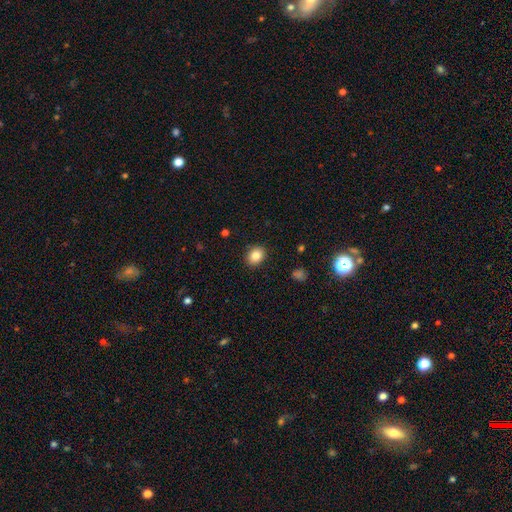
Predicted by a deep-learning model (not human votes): smooth_or_featured: smooth (p=0.83) [alt: star or artifact p=0.10]
how_rounded: round (p=0.56) [alt: in between p=0.43]
merging: none (p=0.89) [alt: minor disturbance p=0.08]